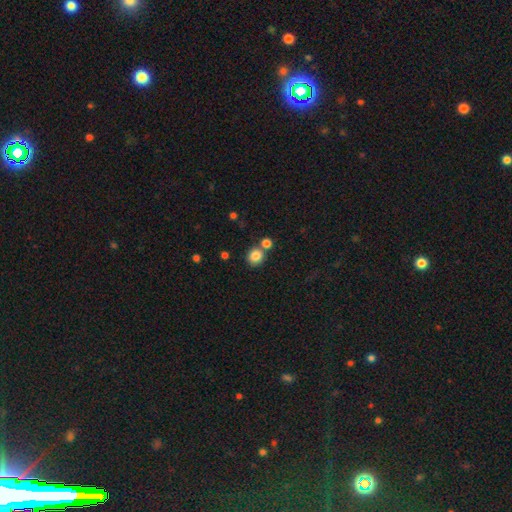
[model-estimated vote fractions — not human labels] Smooth or featured? Predicted: smooth (p=0.84). How rounded? Predicted: round (p=0.88). Merging? Predicted: none (p=0.69).